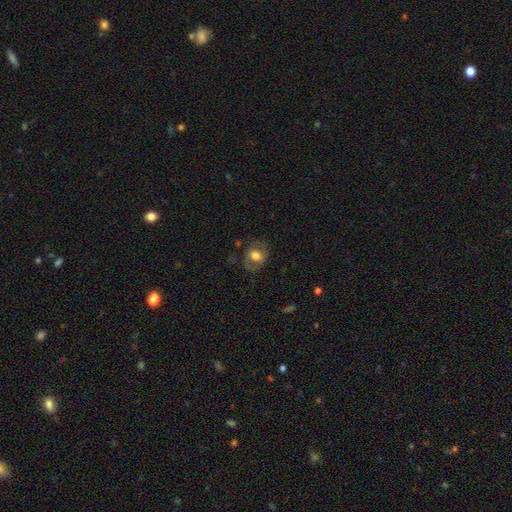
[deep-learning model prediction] This appears to be a smooth galaxy with no disk features (53%) that is round (50%). Merging: none (71%).